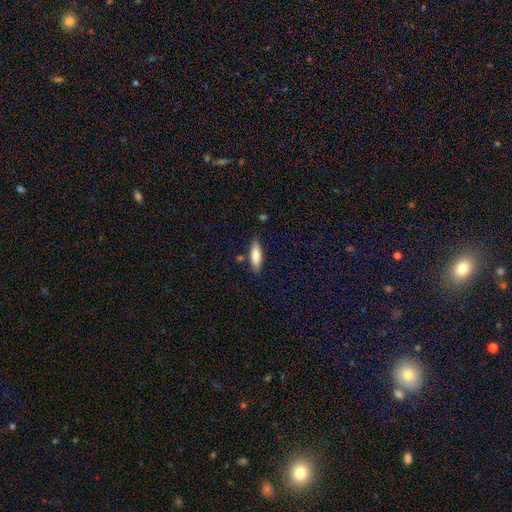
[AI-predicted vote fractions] Smooth or featured?
  - smooth: 79% *
  - featured or disk: 15%
  - star or artifact: 6%
How rounded?
  - cigar-shaped: 54% *
  - in between: 44%
  - round: 2%
Merging?
  - none: 81% *
  - minor disturbance: 13%
  - merger: 4%
  - major disturbance: 3%